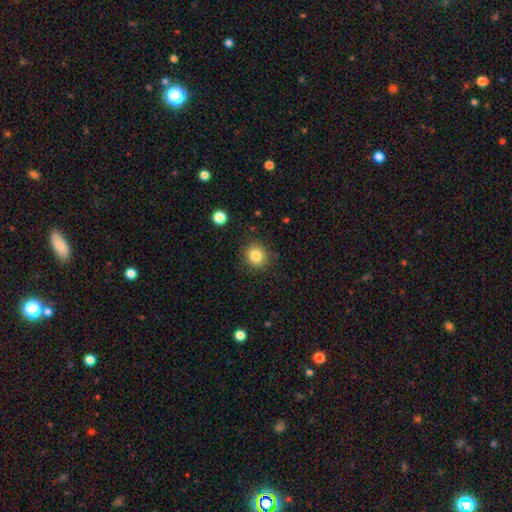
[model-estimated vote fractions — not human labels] Overall: smooth (84%). How rounded: round (86%). Merging: none (86%).